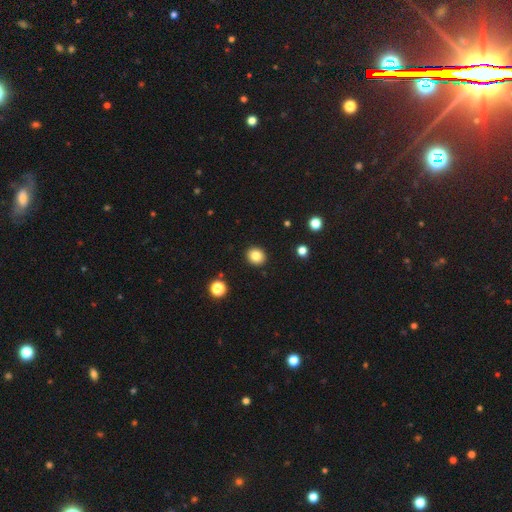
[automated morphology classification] Smooth or featured? Predicted: smooth (p=0.83). How rounded? Predicted: round (p=0.80). Merging? Predicted: none (p=0.92).